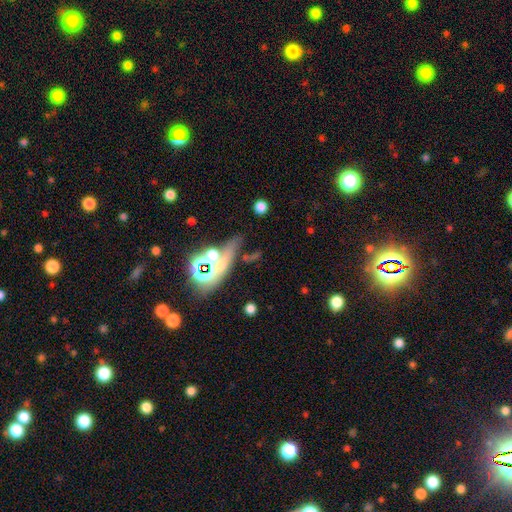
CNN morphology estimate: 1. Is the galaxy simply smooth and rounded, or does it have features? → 45% smooth, 35% star or artifact, 20% featured or disk.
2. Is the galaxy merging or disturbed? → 58% none, 16% minor disturbance, 15% merger, 12% major disturbance.